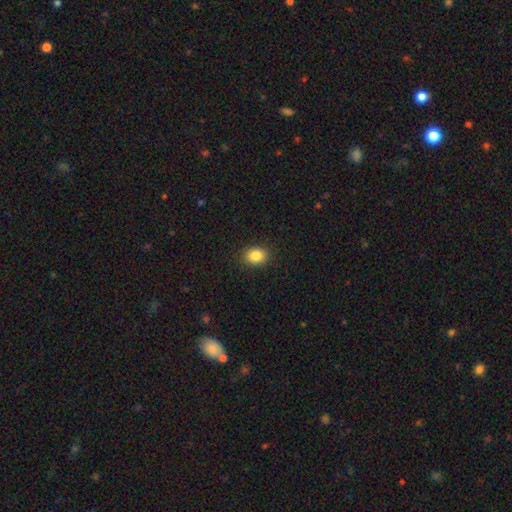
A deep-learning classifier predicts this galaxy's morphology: Smooth or featured? smooth (85%)
How rounded? in between (51%)
Merging? none (90%)